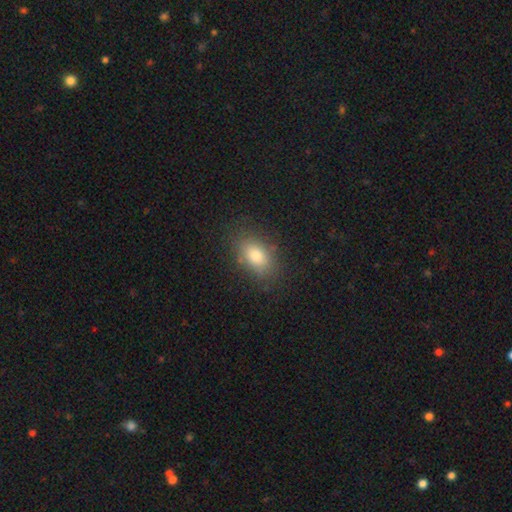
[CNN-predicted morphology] A smooth galaxy with no disk features (81%) that is in between round and cigar-shaped (86%). Merging: none (82%).